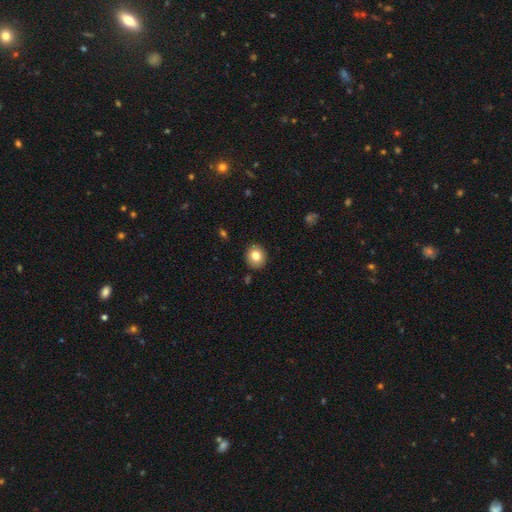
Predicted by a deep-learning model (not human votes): The model was most divided on "how rounded": round: 83%, in between: 16%, cigar-shaped: 1%. More confident: merging — none (90%); smooth or featured — smooth (81%).